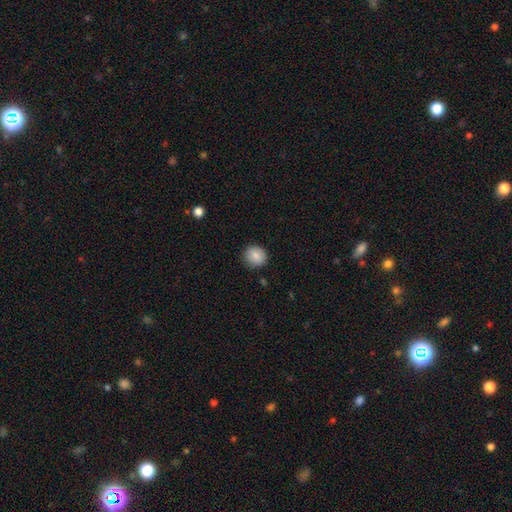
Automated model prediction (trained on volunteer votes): Morphology: type=smooth (86%); roundness=round (82%); merging=none (88%).